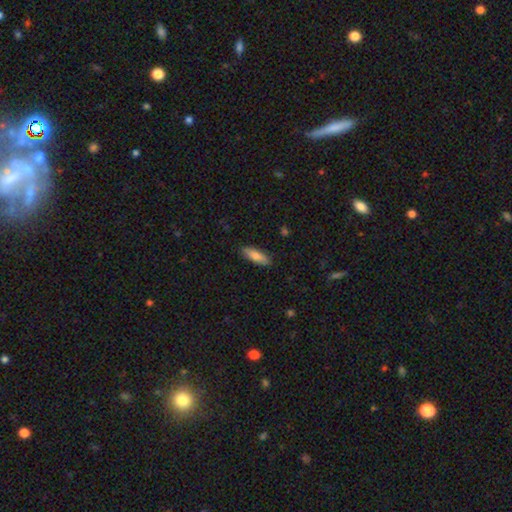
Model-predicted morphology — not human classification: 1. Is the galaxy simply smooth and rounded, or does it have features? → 80% smooth, 14% featured or disk, 6% star or artifact.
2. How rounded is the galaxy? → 57% in between, 41% cigar-shaped, 2% round.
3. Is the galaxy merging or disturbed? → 87% none, 10% minor disturbance, 2% major disturbance, 1% merger.